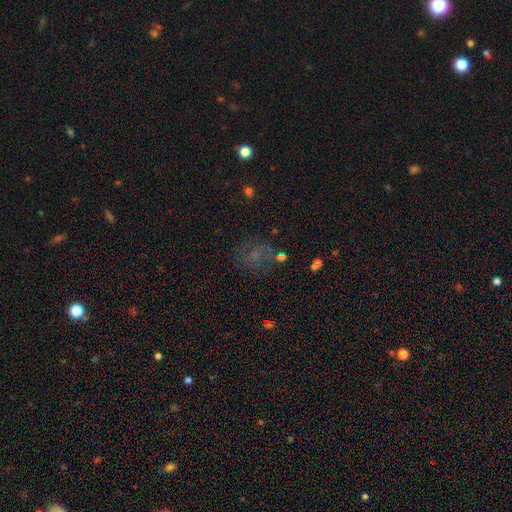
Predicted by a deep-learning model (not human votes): Morphology: type=smooth (45%); merging=none (64%).